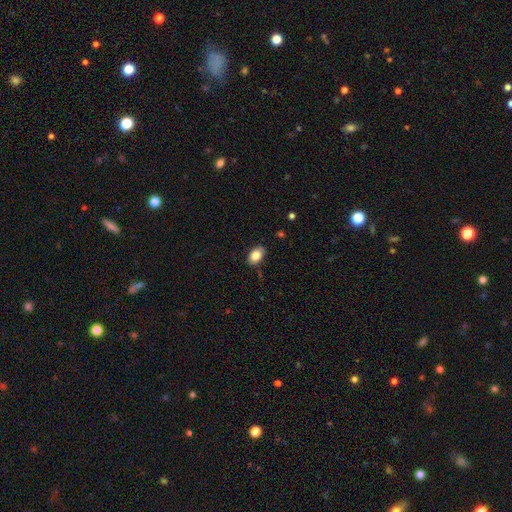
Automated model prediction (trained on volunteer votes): This appears to be a smooth galaxy with no disk features (84%) that is in between round and cigar-shaped (87%). Merging: none (83%).